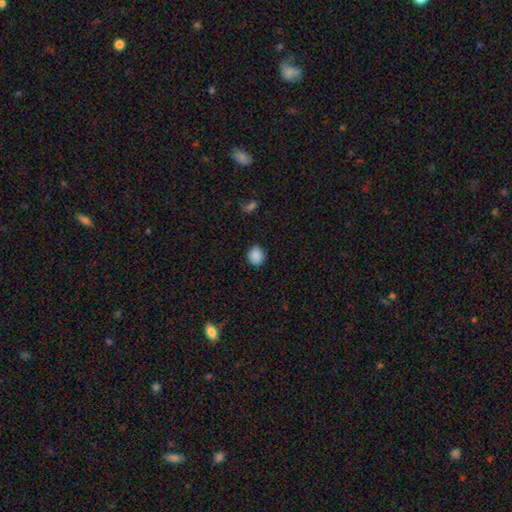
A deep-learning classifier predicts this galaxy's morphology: This appears to be a smooth galaxy with no disk features (88%) that is round (79%). Merging: none (86%).